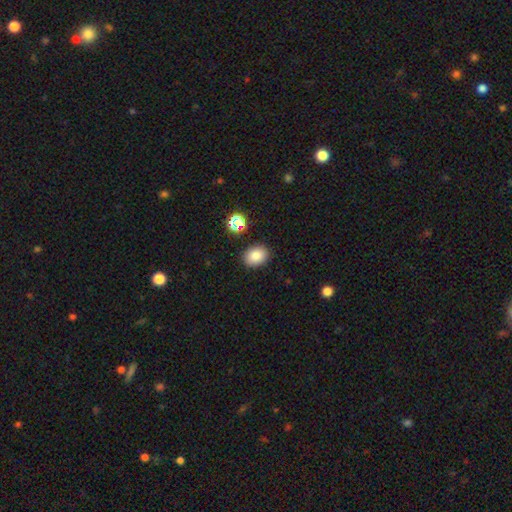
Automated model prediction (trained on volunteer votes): Smooth or featured?
  - smooth: 82% *
  - star or artifact: 11%
  - featured or disk: 6%
How rounded?
  - in between: 59% *
  - round: 40%
  - cigar-shaped: 1%
Merging?
  - none: 86% *
  - minor disturbance: 9%
  - merger: 3%
  - major disturbance: 2%